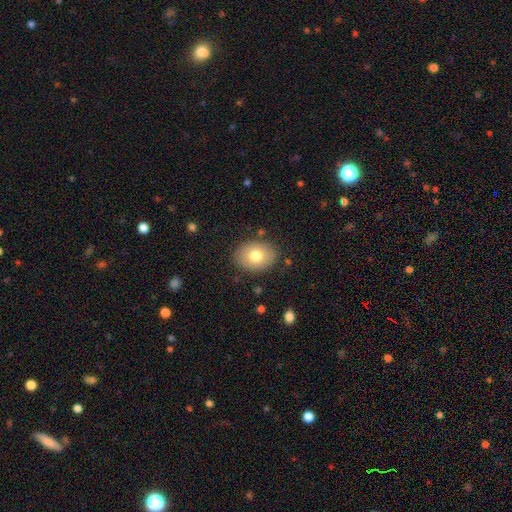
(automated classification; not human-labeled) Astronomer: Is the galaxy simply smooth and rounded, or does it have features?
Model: smooth — 75%.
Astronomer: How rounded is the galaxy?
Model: in between — 70%.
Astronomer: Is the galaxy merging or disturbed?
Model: none — 85%.